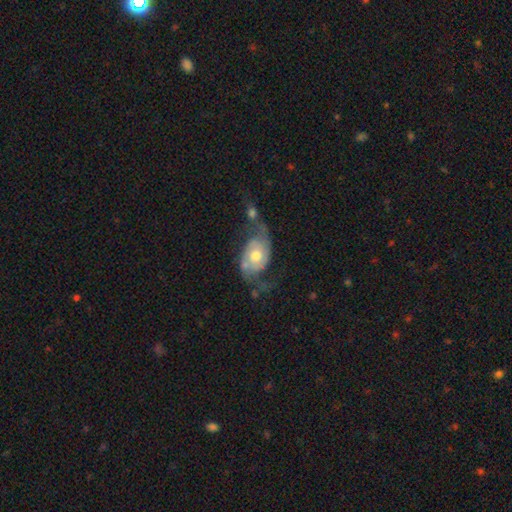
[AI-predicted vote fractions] Smooth or featured? featured or disk (78%)
Edge-on disk? no (96%)
Bar? no (70%)
Spiral arms? yes (91%)
Spiral winding? loose (56%)
Spiral arm count? 2 (89%)
Bulge size? moderate (71%)
Merging? none (42%)